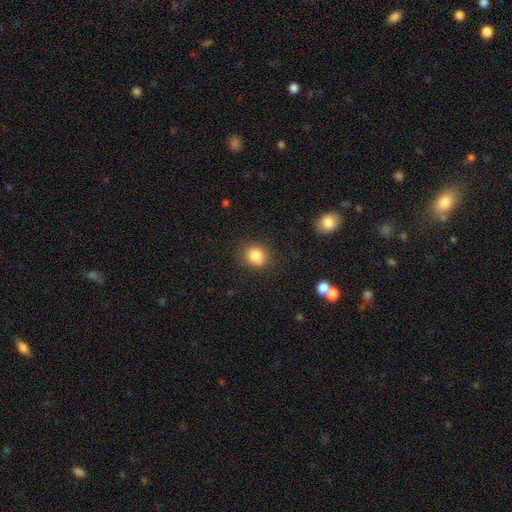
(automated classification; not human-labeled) smooth_or_featured: smooth (p=0.84) [alt: star or artifact p=0.10]
how_rounded: round (p=0.71) [alt: in between p=0.28]
merging: none (p=0.83) [alt: minor disturbance p=0.12]